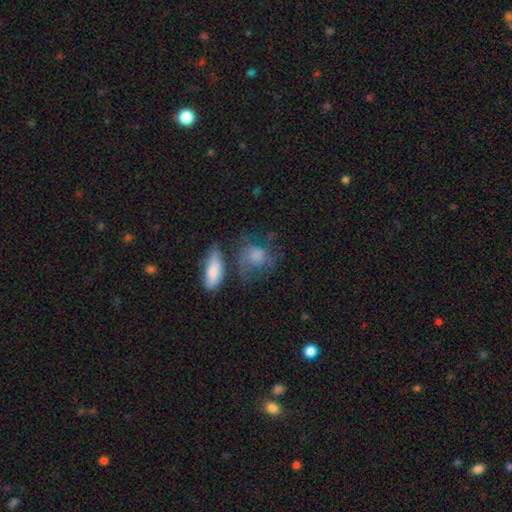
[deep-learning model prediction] Smooth or featured?
  - smooth: 54% *
  - featured or disk: 34%
  - star or artifact: 12%
How rounded?
  - round: 56% *
  - in between: 39%
  - cigar-shaped: 5%
Merging?
  - none: 50% *
  - minor disturbance: 21%
  - major disturbance: 15%
  - merger: 13%